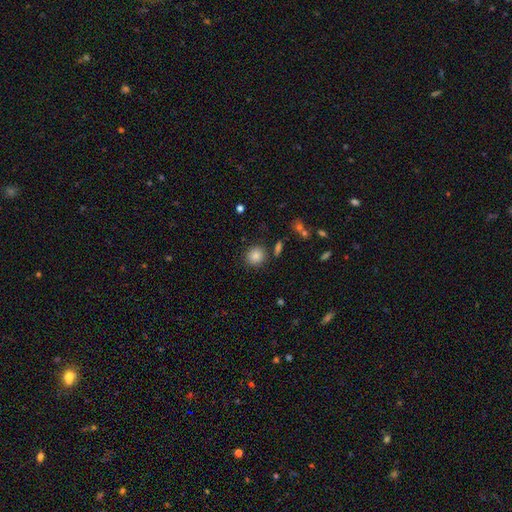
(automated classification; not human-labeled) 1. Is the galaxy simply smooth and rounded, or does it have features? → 84% smooth, 10% star or artifact, 6% featured or disk.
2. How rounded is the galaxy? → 87% round, 12% in between, 1% cigar-shaped.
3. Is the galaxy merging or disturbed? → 85% none, 8% minor disturbance, 4% merger, 3% major disturbance.